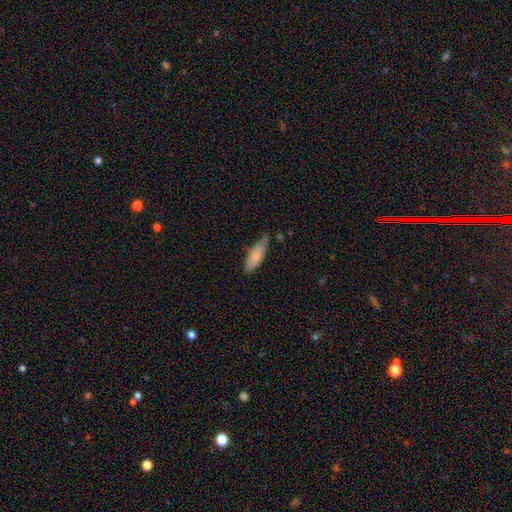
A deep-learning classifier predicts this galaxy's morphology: Smooth or featured? smooth (81%)
How rounded? in between (63%)
Merging? none (59%)